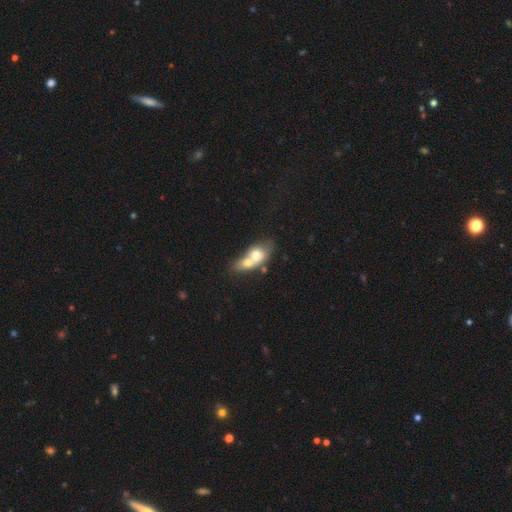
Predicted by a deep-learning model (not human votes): Smooth or featured?
  - smooth: 63% *
  - featured or disk: 29%
  - star or artifact: 8%
How rounded?
  - in between: 64% *
  - round: 28%
  - cigar-shaped: 9%
Merging?
  - merger: 72% *
  - none: 16%
  - minor disturbance: 7%
  - major disturbance: 5%